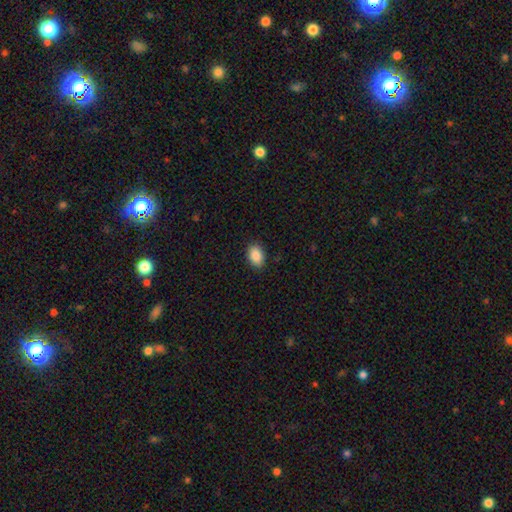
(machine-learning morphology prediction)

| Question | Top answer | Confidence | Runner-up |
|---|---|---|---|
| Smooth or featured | smooth | 89% | star or artifact (7%) |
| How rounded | in between | 86% | round (13%) |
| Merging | none | 88% | minor disturbance (9%) |